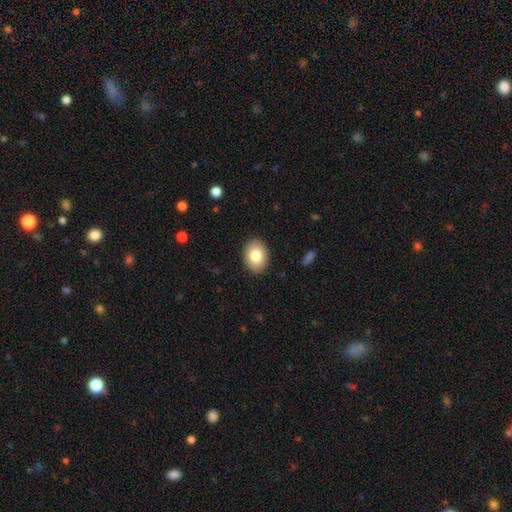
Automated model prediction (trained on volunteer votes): smooth_or_featured: smooth (p=0.81) [alt: featured or disk p=0.11]
how_rounded: in between (p=0.76) [alt: round p=0.23]
merging: none (p=0.89) [alt: minor disturbance p=0.08]